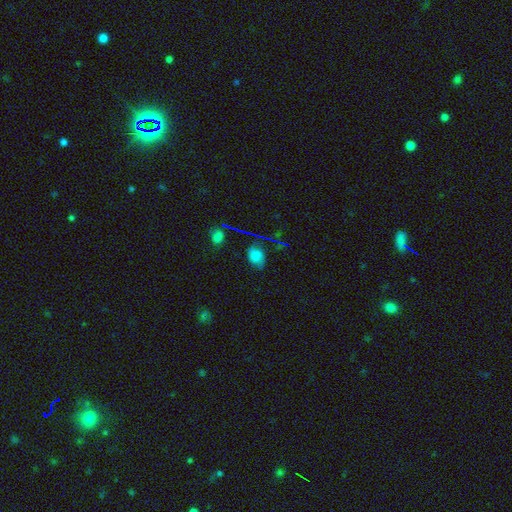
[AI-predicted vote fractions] The model was most divided on "merging": none: 61%, minor disturbance: 25%, major disturbance: 10%, merger: 3%. More confident: how rounded — in between (71%); smooth or featured — smooth (62%).